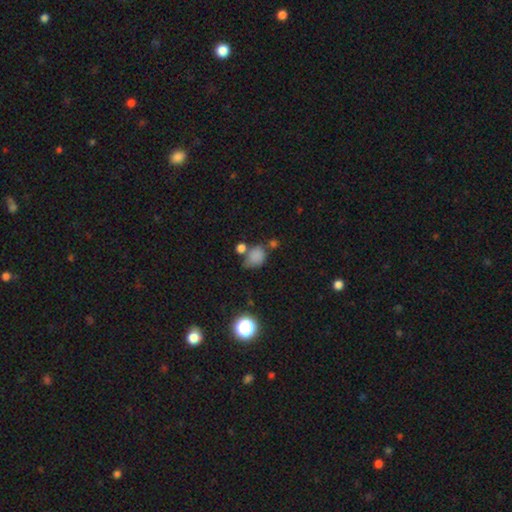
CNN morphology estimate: type=smooth (78%); roundness=round (51%); merging=none (46%).